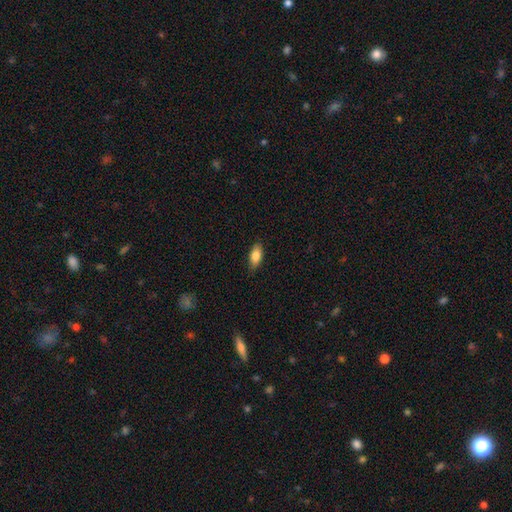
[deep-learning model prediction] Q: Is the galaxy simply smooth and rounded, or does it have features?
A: smooth — 84%.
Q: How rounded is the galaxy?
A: in between — 86%.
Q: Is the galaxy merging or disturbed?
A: none — 85%.